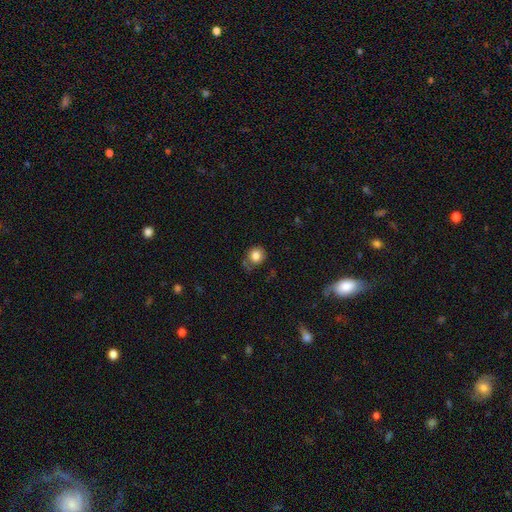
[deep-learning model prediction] The model was most divided on "merging": none: 62%, minor disturbance: 25%, major disturbance: 10%, merger: 4%. More confident: smooth or featured — smooth (82%); how rounded — round (79%).